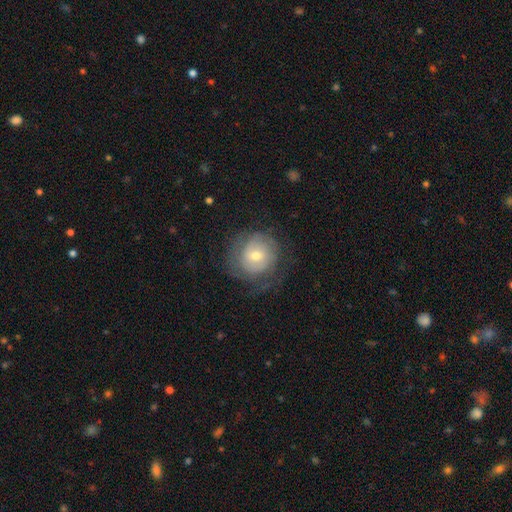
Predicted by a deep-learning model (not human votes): smooth_or_featured: featured or disk (p=0.54) [alt: smooth p=0.39]
disk_edge_on: no (p=0.97) [alt: yes p=0.03]
bar: no (p=0.67) [alt: weak p=0.28]
has_spiral_arms: yes (p=0.72) [alt: no p=0.28]
bulge_size: moderate (p=0.49) [alt: small p=0.45]
merging: none (p=0.62) [alt: minor disturbance p=0.20]